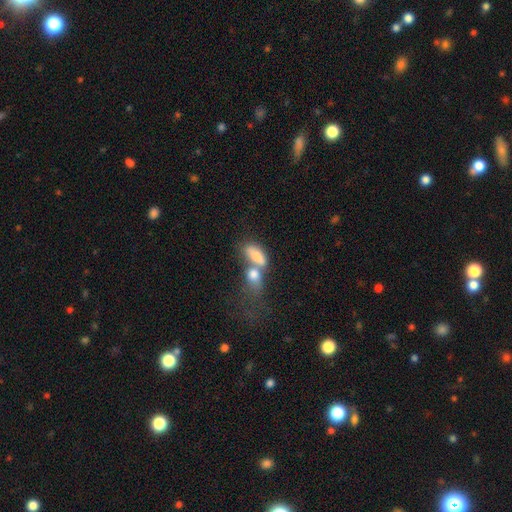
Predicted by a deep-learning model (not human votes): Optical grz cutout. It shows a smooth galaxy with no disk features (74%) that is in between round and cigar-shaped (79%). Merging: merger (66%).